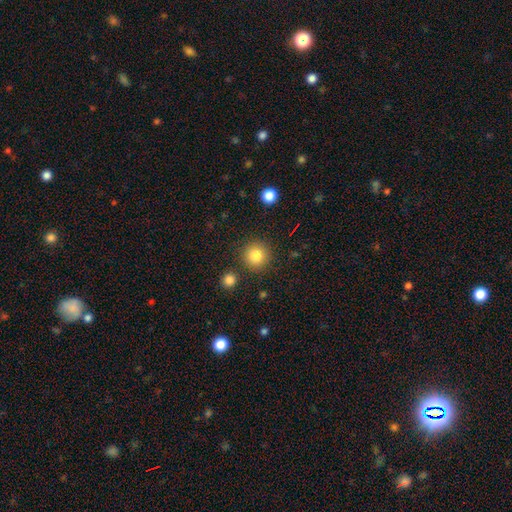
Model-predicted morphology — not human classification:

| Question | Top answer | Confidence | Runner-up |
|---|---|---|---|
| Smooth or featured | smooth | 84% | star or artifact (11%) |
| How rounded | round | 94% | in between (5%) |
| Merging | none | 88% | minor disturbance (6%) |